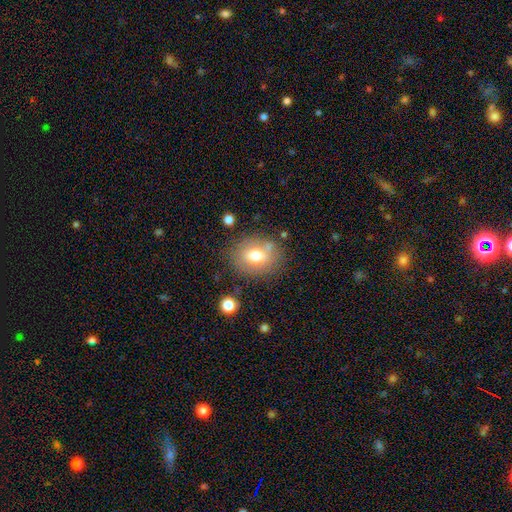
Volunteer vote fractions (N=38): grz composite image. It shows a smooth galaxy with no disk features (71%) that is round (59%). Merging: none (73%).